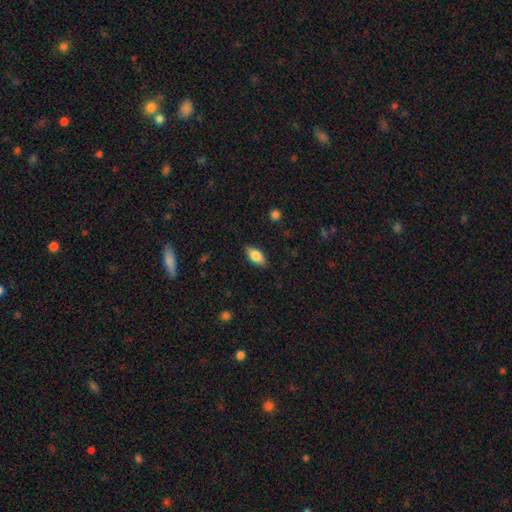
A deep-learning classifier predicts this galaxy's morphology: Smooth or featured: smooth — 80% (featured or disk — 13%)
How rounded: in between — 88% (cigar-shaped — 8%)
Merging: none — 85% (minor disturbance — 12%)